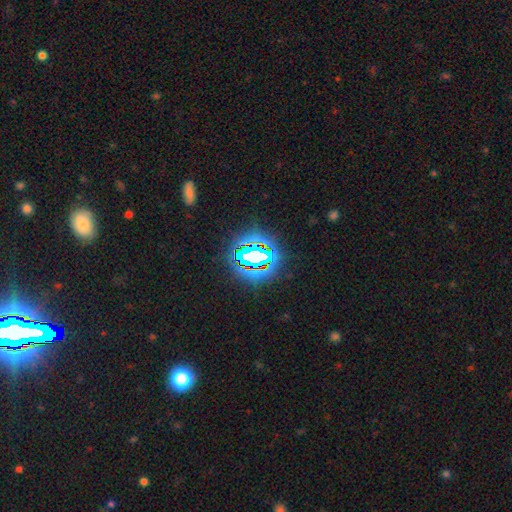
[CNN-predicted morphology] smooth-or-featured: star or artifact: 68% | smooth: 18% | featured or disk: 13%